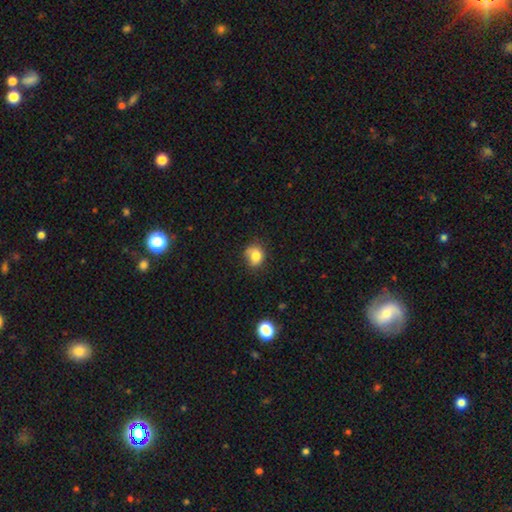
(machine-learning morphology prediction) smooth 80%, star or artifact 11%, featured or disk 9%. Down the decision tree: how rounded — round (61%); merging — none (61%).